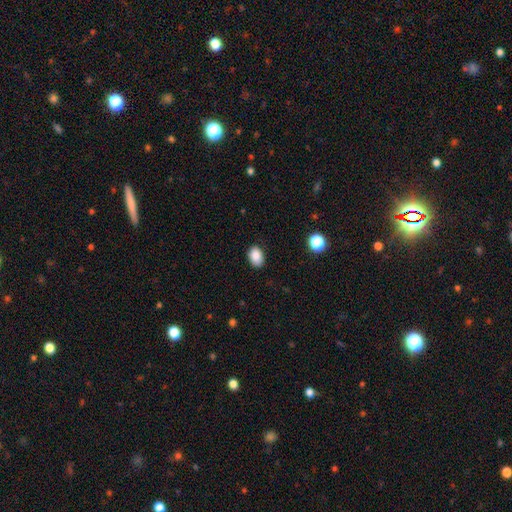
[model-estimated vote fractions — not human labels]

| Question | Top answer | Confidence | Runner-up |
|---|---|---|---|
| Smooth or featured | smooth | 88% | star or artifact (9%) |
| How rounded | in between | 81% | round (18%) |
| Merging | none | 85% | minor disturbance (12%) |